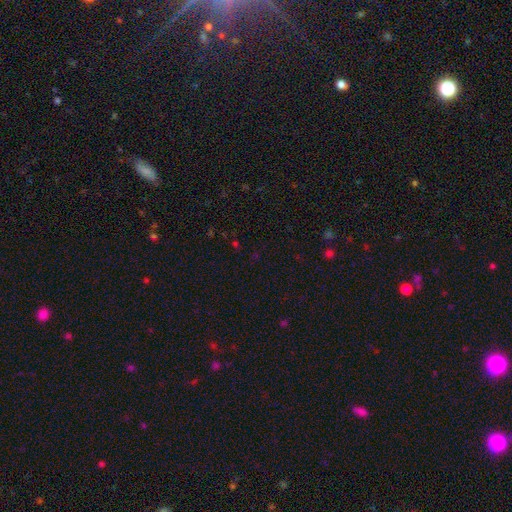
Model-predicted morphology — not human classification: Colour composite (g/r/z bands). It shows a star or artifact, not a galaxy (65%).